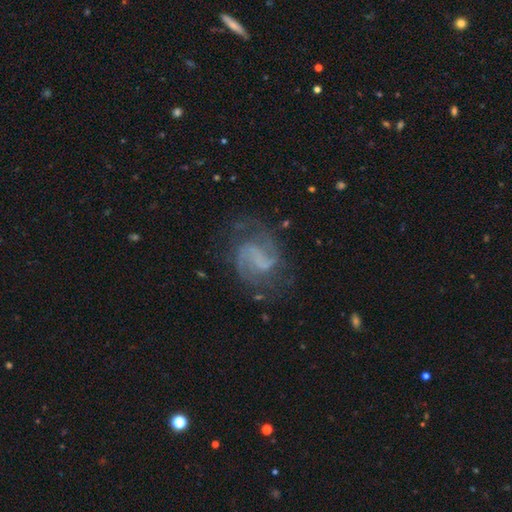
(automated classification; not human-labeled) Q: Smooth or featured?
A: featured or disk (82%); runner-up: star or artifact (9%)
Q: Edge-on disk?
A: no (98%); runner-up: yes (2%)
Q: Bar?
A: weak (49%); runner-up: no (28%)
Q: Spiral arms?
A: yes (95%); runner-up: no (5%)
Q: Spiral winding?
A: medium (51%); runner-up: loose (27%)
Q: Spiral arm count?
A: 2 (87%); runner-up: can't tell (6%)
Q: Bulge size?
A: none (59%); runner-up: small (28%)
Q: Merging?
A: none (75%); runner-up: minor disturbance (15%)